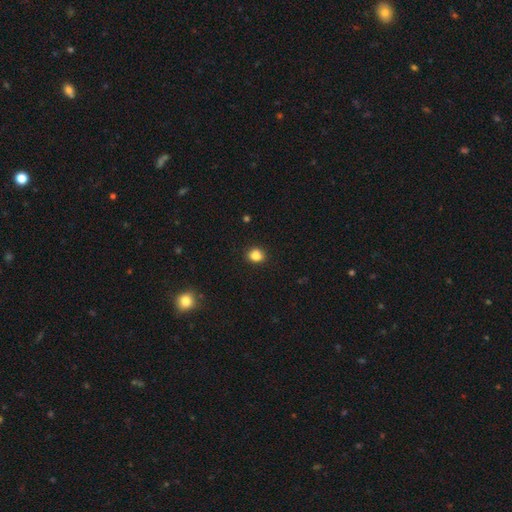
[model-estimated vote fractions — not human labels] This is clearly a smooth galaxy (84%). How rounded: possibly round (59%). Merging: likely none (80%).